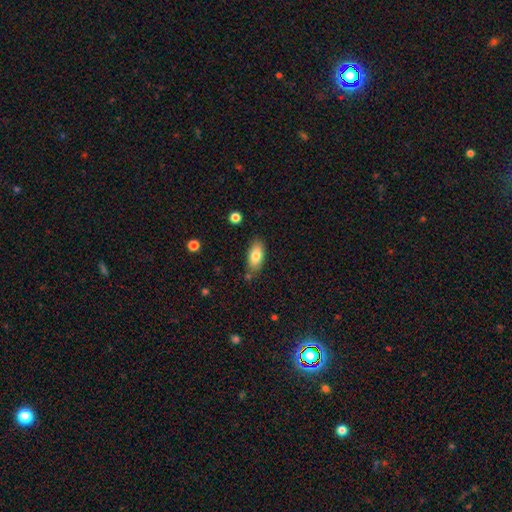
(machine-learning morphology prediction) Smooth or featured?
  - smooth: 81% *
  - featured or disk: 12%
  - star or artifact: 7%
How rounded?
  - in between: 89% *
  - cigar-shaped: 8%
  - round: 3%
Merging?
  - none: 78% *
  - minor disturbance: 15%
  - merger: 4%
  - major disturbance: 3%